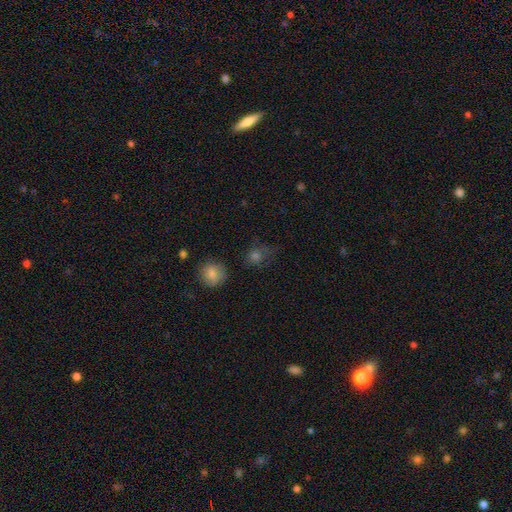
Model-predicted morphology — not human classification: The model was most divided on "smooth or featured": smooth: 63%, star or artifact: 25%, featured or disk: 12%. More confident: how rounded — round (77%); merging — none (64%).